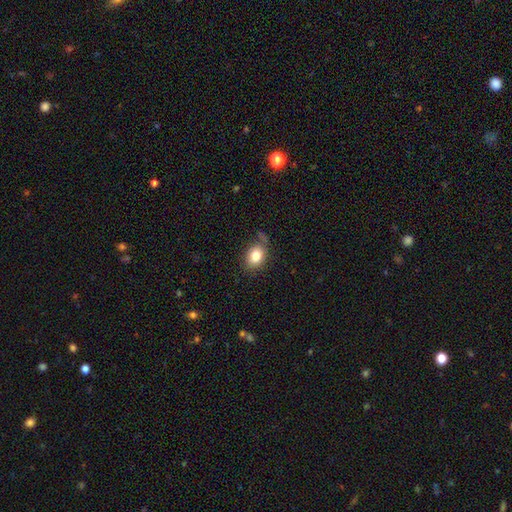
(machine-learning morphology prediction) Smooth or featured? smooth (81%)
How rounded? in between (67%)
Merging? none (68%)